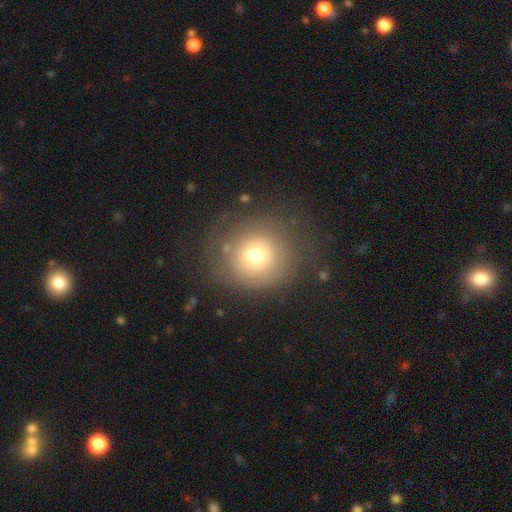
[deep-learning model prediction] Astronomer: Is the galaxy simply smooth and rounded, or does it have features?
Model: smooth — 69%.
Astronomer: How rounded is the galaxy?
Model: round — 89%.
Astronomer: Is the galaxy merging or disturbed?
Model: none — 72%.